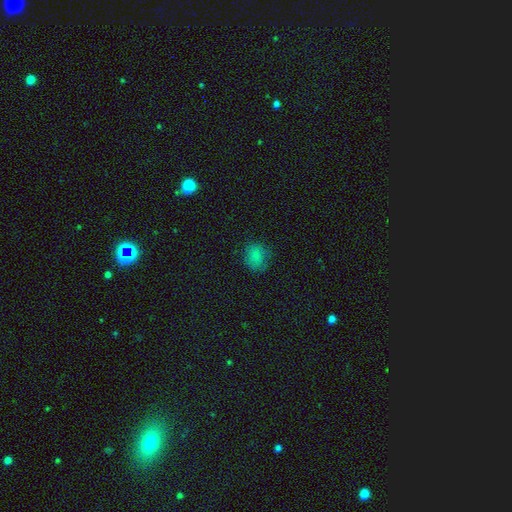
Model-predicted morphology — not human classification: smooth-or-featured: smooth: 80% | star or artifact: 14% | featured or disk: 6%
  how-rounded: round: 64% | in between: 35% | cigar-shaped: 1%
  merging: none: 76% | minor disturbance: 18% | major disturbance: 5% | merger: 1%